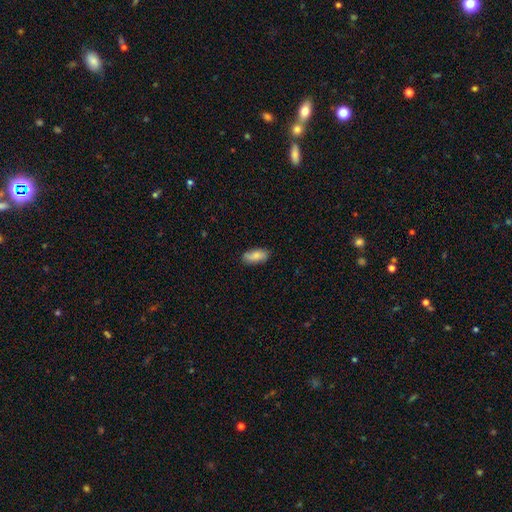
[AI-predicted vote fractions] Smooth or featured? smooth (81%)
How rounded? in between (89%)
Merging? none (81%)